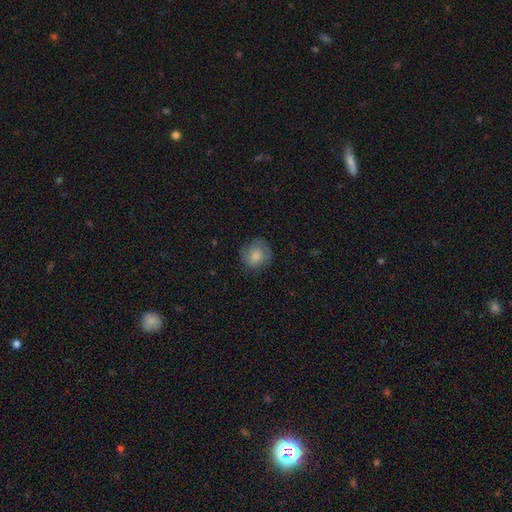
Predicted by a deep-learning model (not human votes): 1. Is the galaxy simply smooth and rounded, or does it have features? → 76% smooth, 16% featured or disk, 8% star or artifact.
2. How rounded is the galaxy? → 84% round, 15% in between, 1% cigar-shaped.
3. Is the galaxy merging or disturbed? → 78% none, 16% minor disturbance, 5% major disturbance, 1% merger.